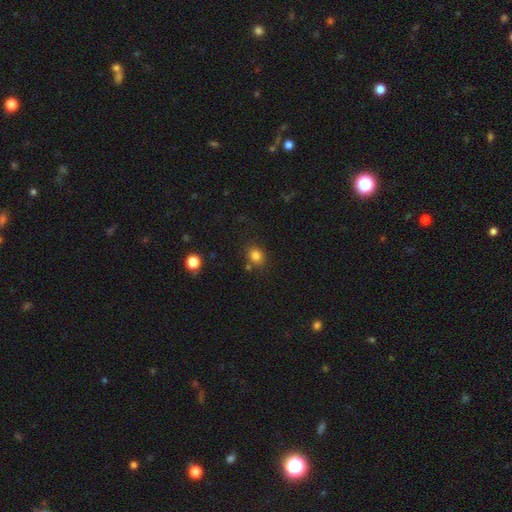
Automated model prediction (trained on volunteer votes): Smooth or featured?
  - smooth: 82% *
  - star or artifact: 12%
  - featured or disk: 6%
How rounded?
  - round: 62% *
  - in between: 37%
  - cigar-shaped: 1%
Merging?
  - none: 78% *
  - minor disturbance: 12%
  - merger: 6%
  - major disturbance: 4%